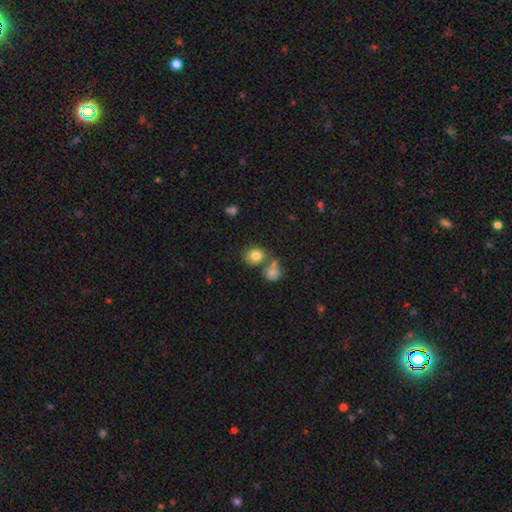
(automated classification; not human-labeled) The model was most divided on "merging": none: 57%, merger: 28%, minor disturbance: 11%, major disturbance: 4%. More confident: smooth or featured — smooth (83%); how rounded — round (75%).